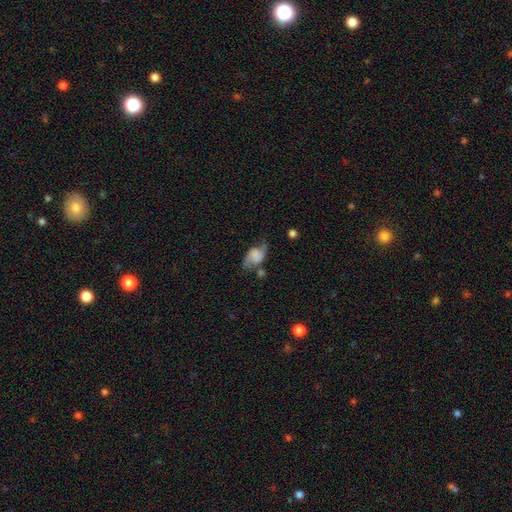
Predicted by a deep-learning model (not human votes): Morphology: type=featured or disk (51%); edge-on=no (95%); merging=none (48%).